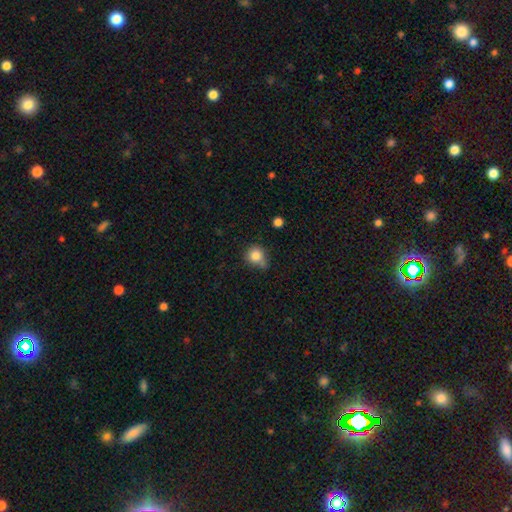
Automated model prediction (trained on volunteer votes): Smooth or featured? smooth (82%)
How rounded? round (81%)
Merging? none (54%)